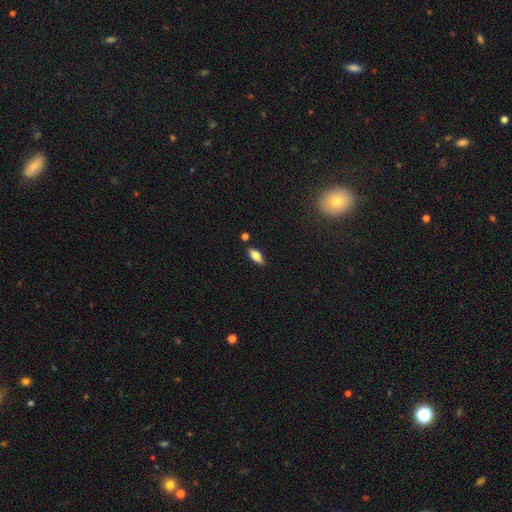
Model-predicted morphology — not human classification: Smooth or featured?
  - smooth: 63% *
  - featured or disk: 30%
  - star or artifact: 7%
How rounded?
  - in between: 70% *
  - cigar-shaped: 27%
  - round: 3%
Merging?
  - none: 85% *
  - minor disturbance: 10%
  - merger: 4%
  - major disturbance: 2%